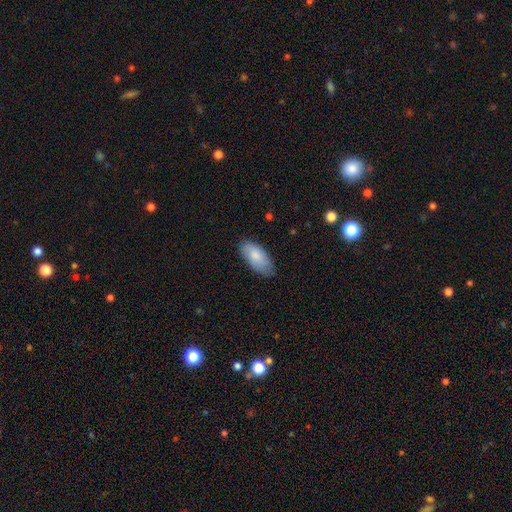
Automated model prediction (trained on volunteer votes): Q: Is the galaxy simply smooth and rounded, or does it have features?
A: smooth — 83%.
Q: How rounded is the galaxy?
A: in between — 91%.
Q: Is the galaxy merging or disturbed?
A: none — 78%.